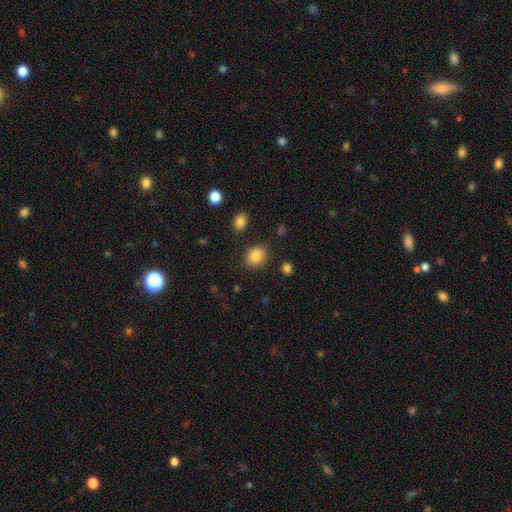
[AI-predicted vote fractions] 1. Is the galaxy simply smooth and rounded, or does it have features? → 85% smooth, 9% star or artifact, 6% featured or disk.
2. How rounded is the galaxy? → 60% round, 39% in between, 1% cigar-shaped.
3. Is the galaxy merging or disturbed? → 85% none, 9% minor disturbance, 3% major disturbance, 2% merger.